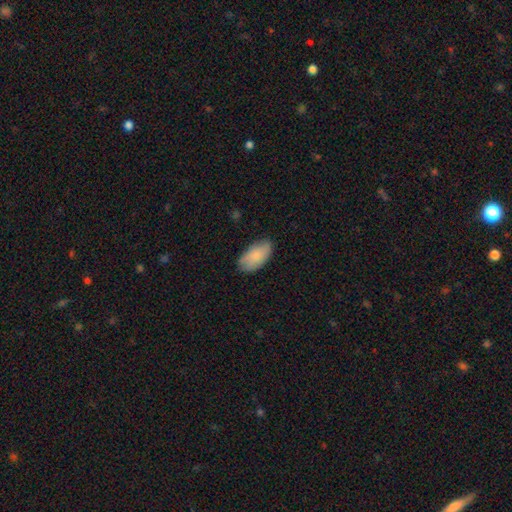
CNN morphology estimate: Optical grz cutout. It shows a smooth galaxy with no disk features (84%) that is in between round and cigar-shaped (95%). Merging: none (78%).